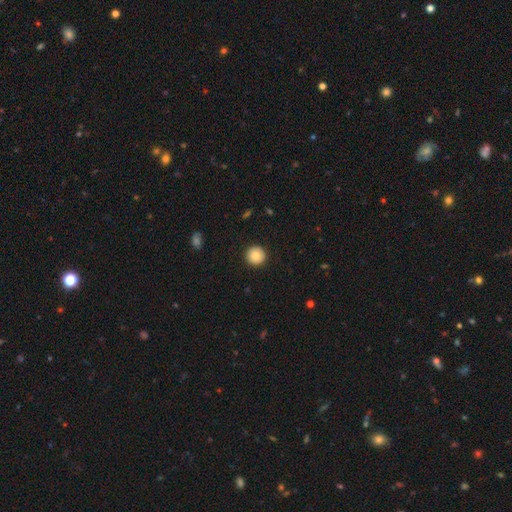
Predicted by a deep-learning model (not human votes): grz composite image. It shows a smooth galaxy with no disk features (87%) that is round (96%). Merging: none (92%).